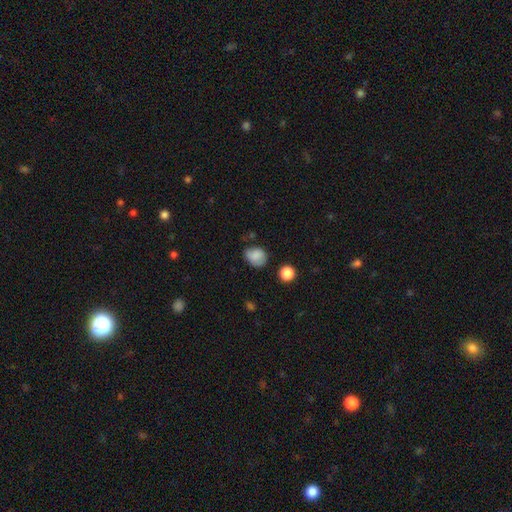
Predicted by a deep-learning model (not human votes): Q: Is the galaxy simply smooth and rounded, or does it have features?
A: smooth — 77%.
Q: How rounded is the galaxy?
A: round — 59%.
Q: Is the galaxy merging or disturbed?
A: none — 59%.